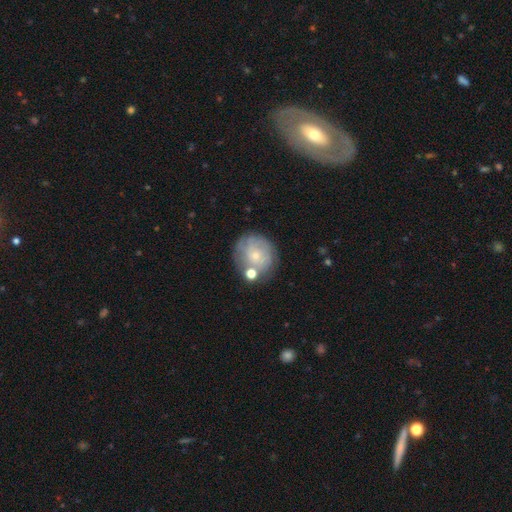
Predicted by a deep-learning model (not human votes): The model was most divided on "smooth or featured": smooth: 47%, featured or disk: 44%, star or artifact: 9%. More confident: merging — none (60%).